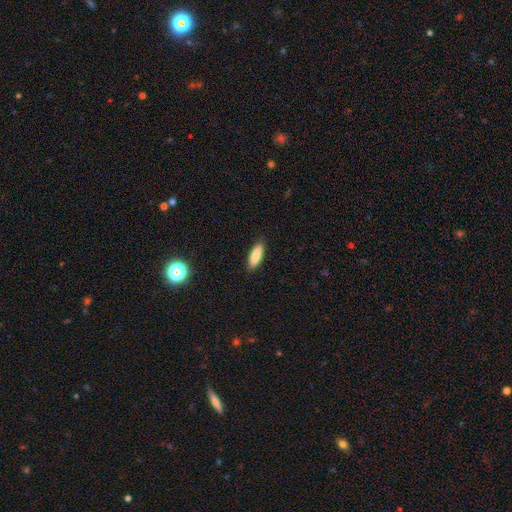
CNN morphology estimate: Smooth or featured?
  - smooth: 85% *
  - featured or disk: 8%
  - star or artifact: 7%
How rounded?
  - in between: 61% *
  - cigar-shaped: 38%
  - round: 2%
Merging?
  - none: 88% *
  - minor disturbance: 9%
  - major disturbance: 2%
  - merger: 1%